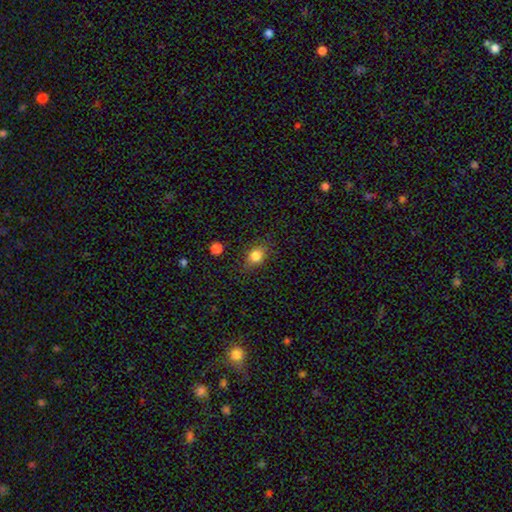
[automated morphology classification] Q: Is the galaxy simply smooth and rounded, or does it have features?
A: smooth — 82%.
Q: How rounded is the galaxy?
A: in between — 51%.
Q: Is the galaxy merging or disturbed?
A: none — 81%.